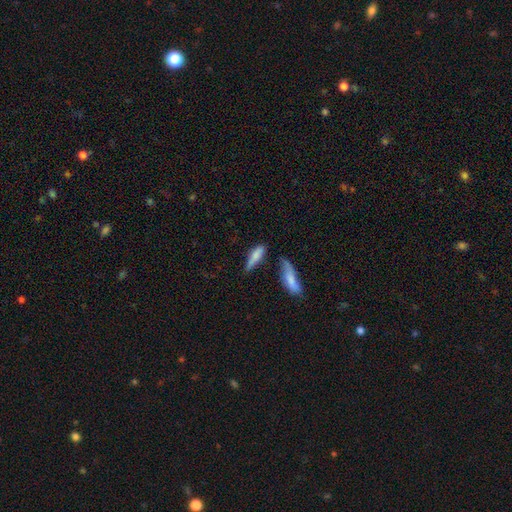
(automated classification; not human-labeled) The model was most divided on "merging": none: 40%, minor disturbance: 27%, merger: 21%, major disturbance: 13%. More confident: smooth or featured — smooth (71%); how rounded — cigar-shaped (59%).